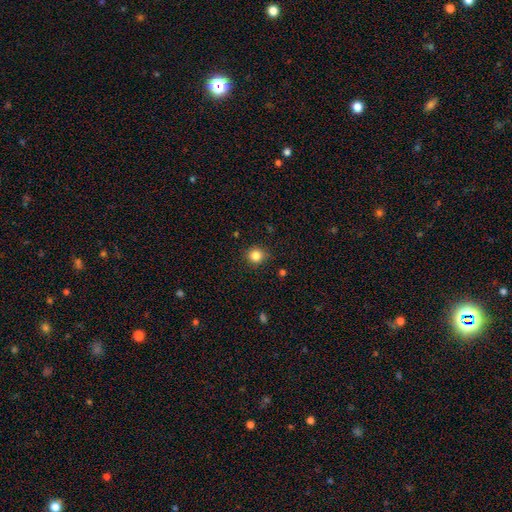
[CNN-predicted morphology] Smooth or featured? Predicted: smooth (p=0.84). How rounded? Predicted: round (p=0.90). Merging? Predicted: none (p=0.89).